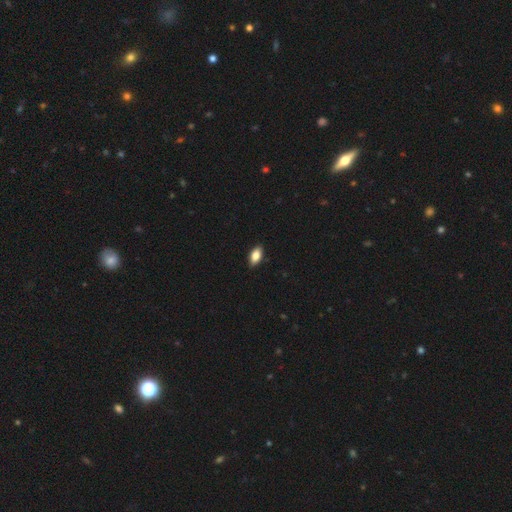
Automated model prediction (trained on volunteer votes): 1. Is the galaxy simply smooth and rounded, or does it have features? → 85% smooth, 7% featured or disk, 7% star or artifact.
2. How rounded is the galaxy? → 92% in between, 5% cigar-shaped, 4% round.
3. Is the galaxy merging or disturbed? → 88% none, 9% minor disturbance, 2% major disturbance, 1% merger.